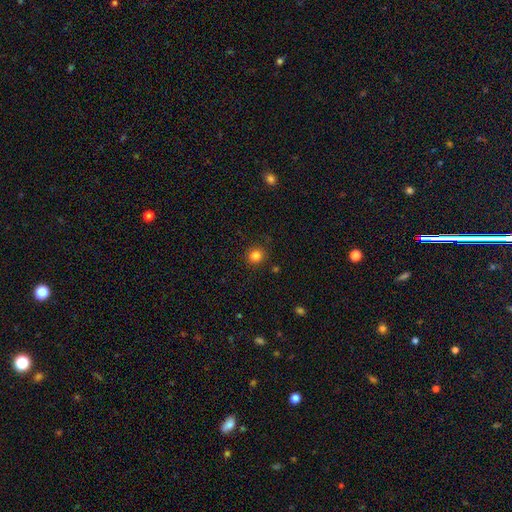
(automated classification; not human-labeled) Morphology: type=smooth (83%); roundness=round (92%); merging=none (89%).